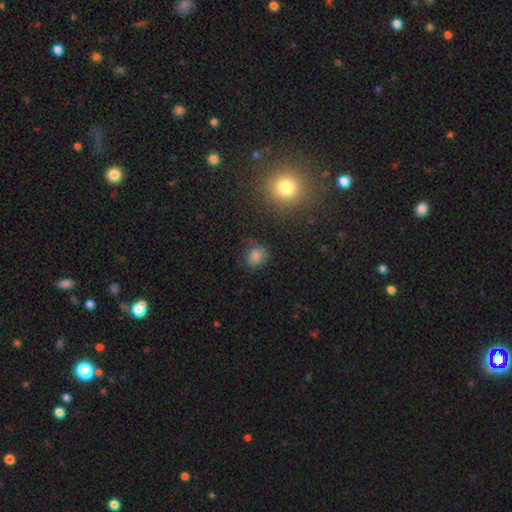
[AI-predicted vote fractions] Q: Smooth or featured?
A: smooth (76%); runner-up: star or artifact (16%)
Q: How rounded?
A: round (62%); runner-up: in between (37%)
Q: Merging?
A: none (63%); runner-up: minor disturbance (23%)